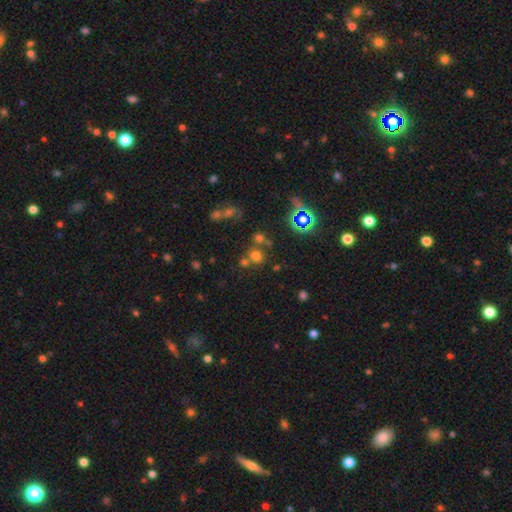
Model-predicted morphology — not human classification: Smooth or featured? smooth (60%)
How rounded? round (84%)
Merging? none (62%)